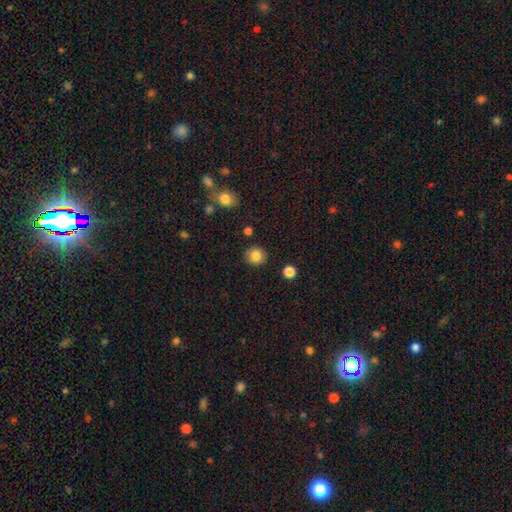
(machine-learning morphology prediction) This is clearly a smooth galaxy (85%). How rounded: clearly round (91%). Merging: clearly none (89%).